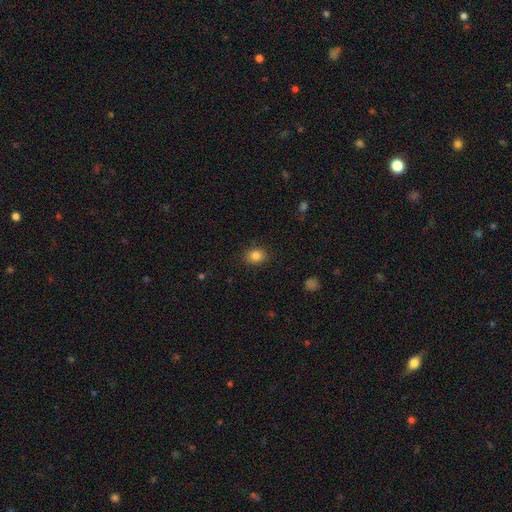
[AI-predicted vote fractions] This appears to be a smooth galaxy with no disk features (85%) that is round (50%). Merging: none (88%).